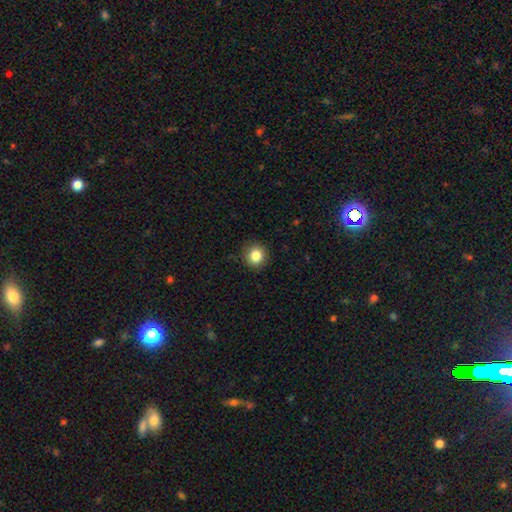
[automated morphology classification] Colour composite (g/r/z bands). It shows a smooth galaxy with no disk features (85%) that is round (92%). Merging: none (90%).